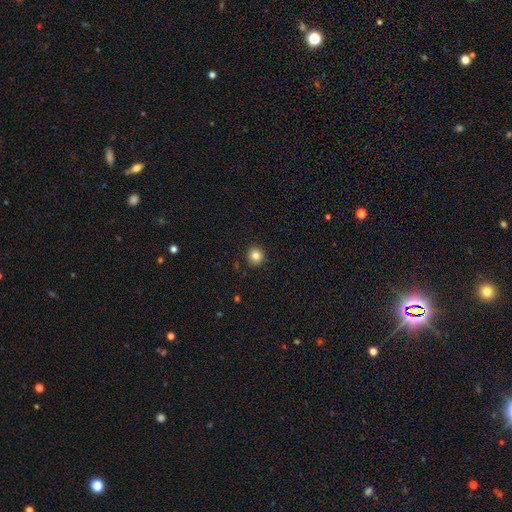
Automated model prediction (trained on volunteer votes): Overall: smooth (83%). How rounded: round (93%). Merging: none (91%).